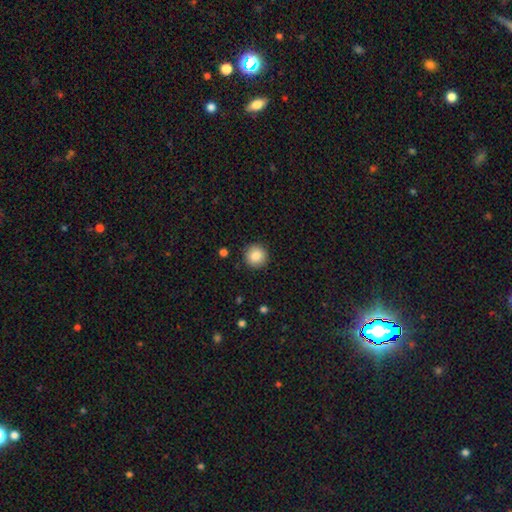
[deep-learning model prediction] smooth 86%, star or artifact 9%, featured or disk 6%. Down the decision tree: how rounded — round (95%); merging — none (92%).